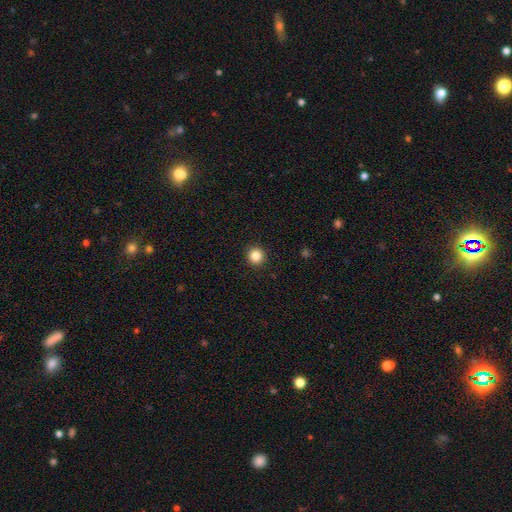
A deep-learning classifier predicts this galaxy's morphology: Overall: smooth (85%). How rounded: round (95%). Merging: none (93%).